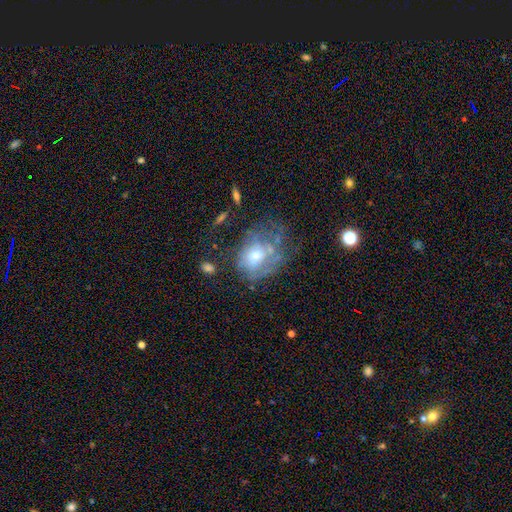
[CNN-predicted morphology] smooth-or-featured: featured or disk: 55% | smooth: 34% | star or artifact: 11%
  disk-edge-on: no: 96% | yes: 4%
    bar: no: 79% | weak: 18% | strong: 3%
    has-spiral-arms: no: 61% | yes: 39%
    bulge-size: moderate: 51% | small: 34% | large: 9% | none: 4% | dominant: 2%
  merging: major disturbance: 34% (tied) | none: 34% (tied) | minor disturbance: 24% | merger: 8%